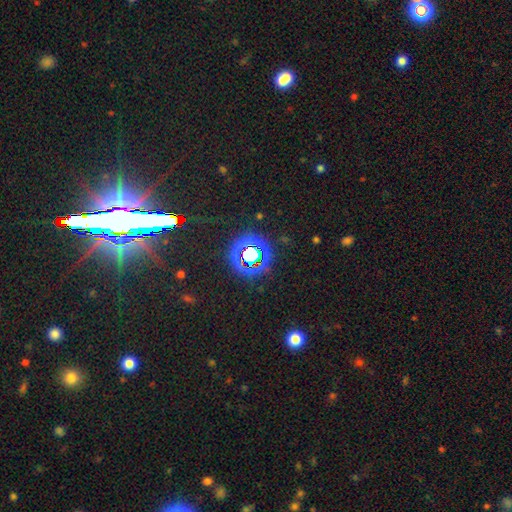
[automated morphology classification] This appears to be a star or artifact, not a galaxy (80%).